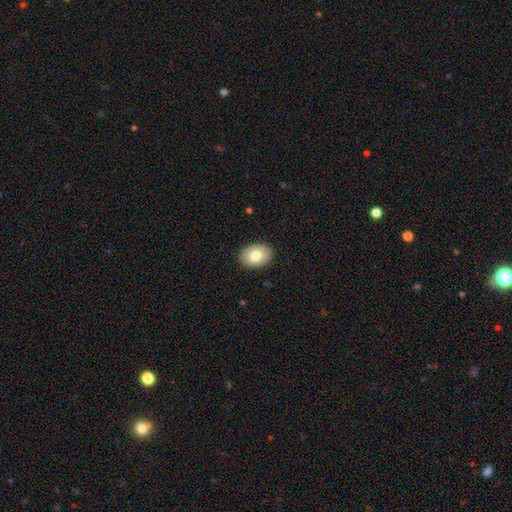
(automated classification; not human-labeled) Smooth or featured: smooth — 78% (featured or disk — 14%)
How rounded: in between — 73% (round — 26%)
Merging: none — 89% (minor disturbance — 8%)